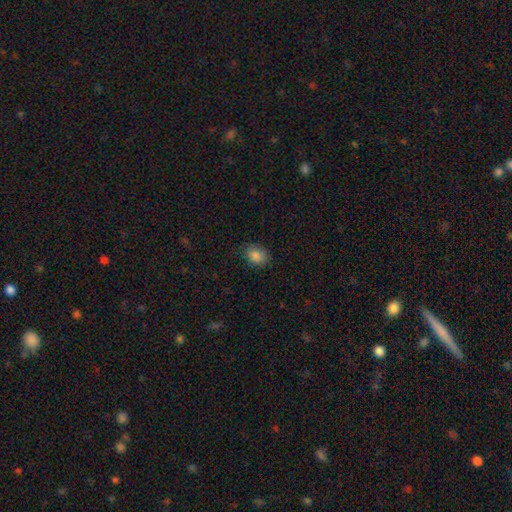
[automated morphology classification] Overall: smooth (85%). How rounded: in between (58%; round 41%). Merging: none (76%).